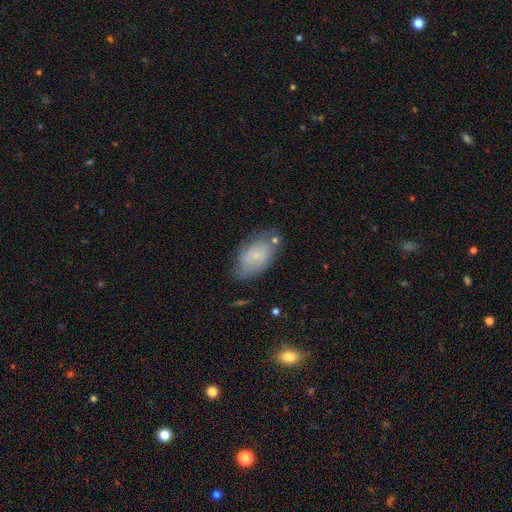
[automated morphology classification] smooth_or_featured: smooth (p=0.58) [alt: featured or disk p=0.34]
how_rounded: in between (p=0.91) [alt: round p=0.06]
merging: none (p=0.61) [alt: minor disturbance p=0.25]